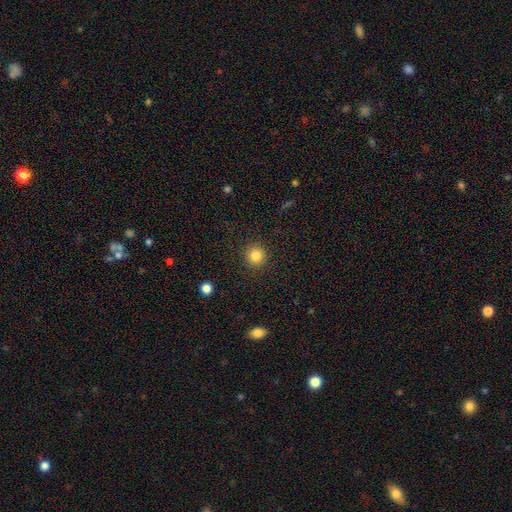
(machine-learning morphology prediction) Smooth or featured? smooth (83%)
How rounded? round (93%)
Merging? none (91%)